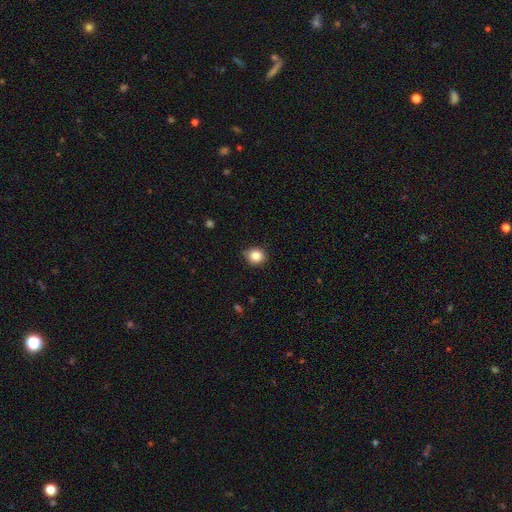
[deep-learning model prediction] smooth 86%, star or artifact 10%, featured or disk 5%. Down the decision tree: how rounded — round (79%); merging — none (82%).